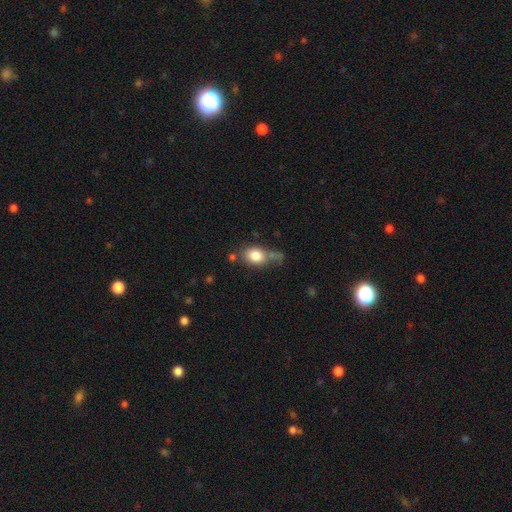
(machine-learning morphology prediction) type=smooth (80%); roundness=in between (54%); merging=none (48%).